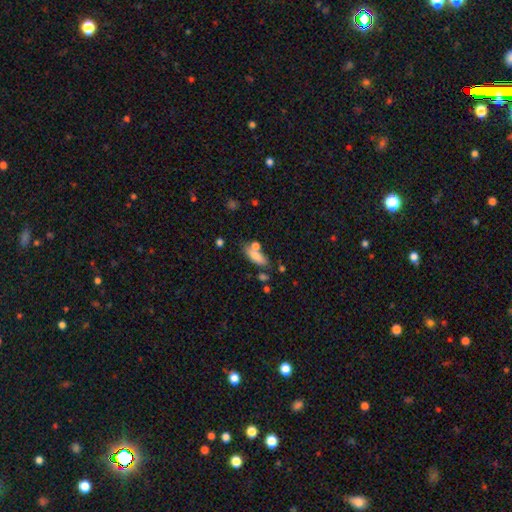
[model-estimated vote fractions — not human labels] smooth_or_featured: smooth (p=0.76) [alt: featured or disk p=0.16]
how_rounded: in between (p=0.63) [alt: cigar-shaped p=0.33]
merging: none (p=0.57) [alt: merger p=0.21]